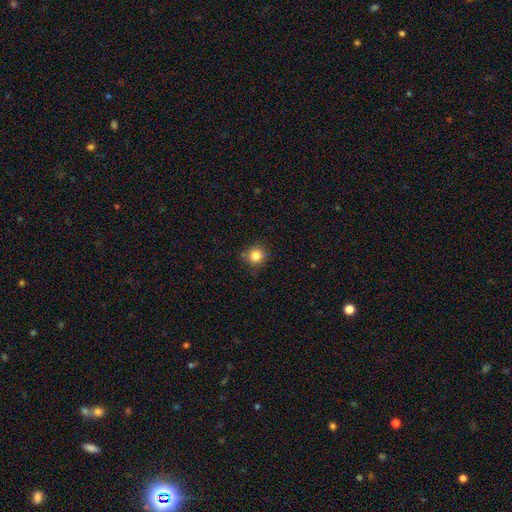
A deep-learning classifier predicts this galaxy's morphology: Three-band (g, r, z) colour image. It shows a smooth galaxy with no disk features (83%) that is round (90%). Merging: none (82%).